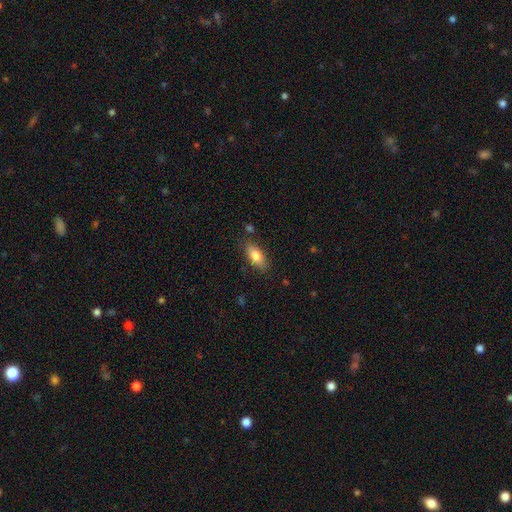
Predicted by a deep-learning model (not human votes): Q: Smooth or featured?
A: smooth (80%); runner-up: featured or disk (13%)
Q: How rounded?
A: in between (83%); runner-up: cigar-shaped (15%)
Q: Merging?
A: none (82%); runner-up: minor disturbance (13%)